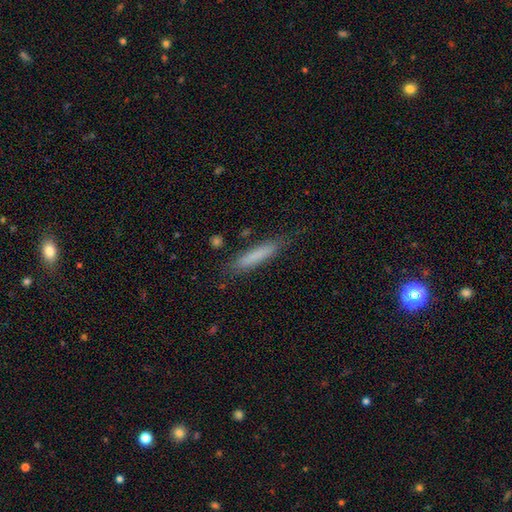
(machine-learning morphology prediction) The model was most divided on "smooth or featured": smooth: 78%, featured or disk: 15%, star or artifact: 7%. More confident: how rounded — cigar-shaped (88%); merging — none (80%).